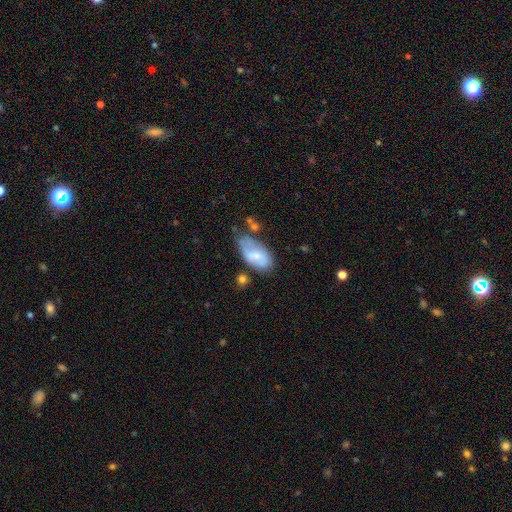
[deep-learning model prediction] The model was most divided on "merging": none: 38%, minor disturbance: 33%, major disturbance: 17%, merger: 12%. More confident: how rounded — in between (92%); smooth or featured — smooth (58%).